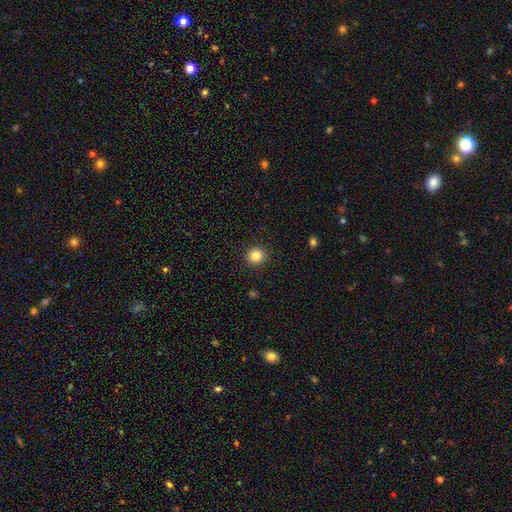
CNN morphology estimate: Smooth or featured? smooth (83%)
How rounded? round (91%)
Merging? none (92%)